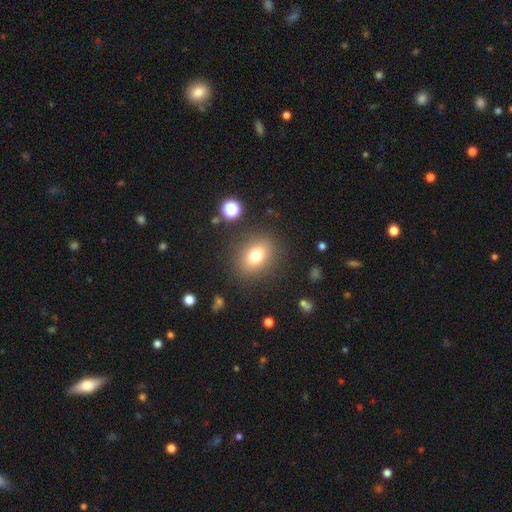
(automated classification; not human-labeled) Smooth or featured?
  - smooth: 76% *
  - star or artifact: 13%
  - featured or disk: 11%
How rounded?
  - in between: 54% *
  - round: 45%
  - cigar-shaped: 1%
Merging?
  - none: 85% *
  - minor disturbance: 9%
  - major disturbance: 4%
  - merger: 2%